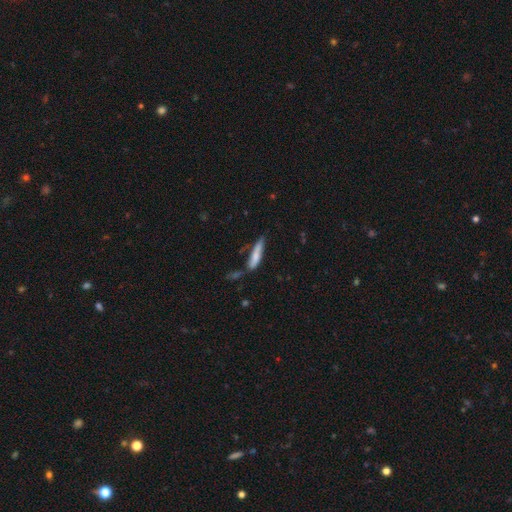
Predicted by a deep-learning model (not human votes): Smooth or featured? smooth (71%)
How rounded? cigar-shaped (80%)
Merging? none (51%)